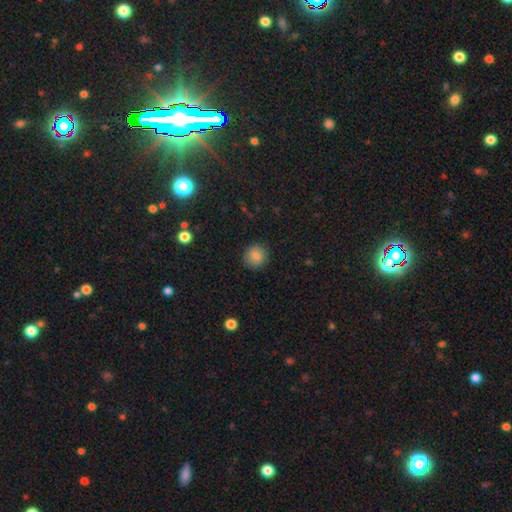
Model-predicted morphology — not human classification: smooth-or-featured: smooth: 85% | star or artifact: 10% | featured or disk: 5%
  how-rounded: round: 91% | in between: 8% | cigar-shaped: 1%
  merging: none: 90% | minor disturbance: 7% | major disturbance: 2% | merger: 1%